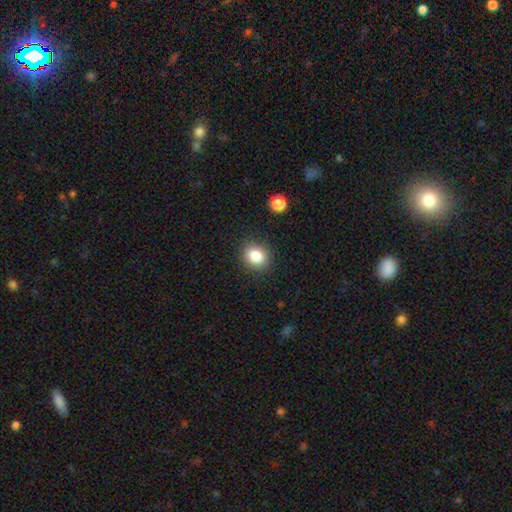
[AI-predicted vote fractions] Q: Smooth or featured?
A: smooth (83%); runner-up: star or artifact (11%)
Q: How rounded?
A: round (68%); runner-up: in between (31%)
Q: Merging?
A: none (88%); runner-up: minor disturbance (8%)